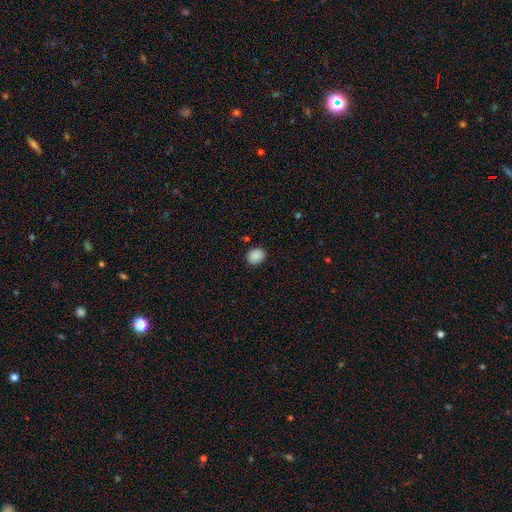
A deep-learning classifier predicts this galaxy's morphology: Smooth or featured? Predicted: smooth (p=0.89). How rounded? Predicted: in between (p=0.51). Merging? Predicted: none (p=0.86).